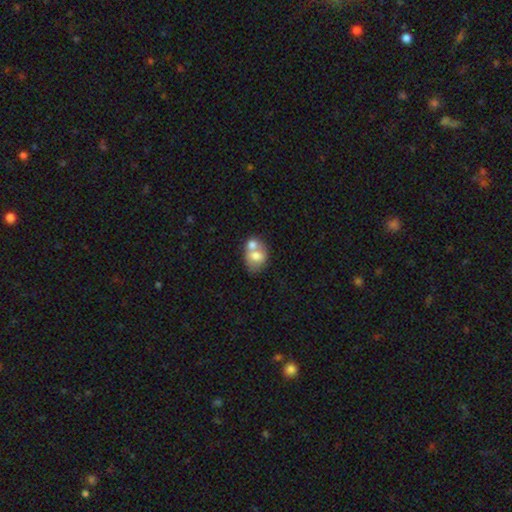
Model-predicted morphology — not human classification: type=smooth (66%); roundness=in between (58%); merging=merger (59%).